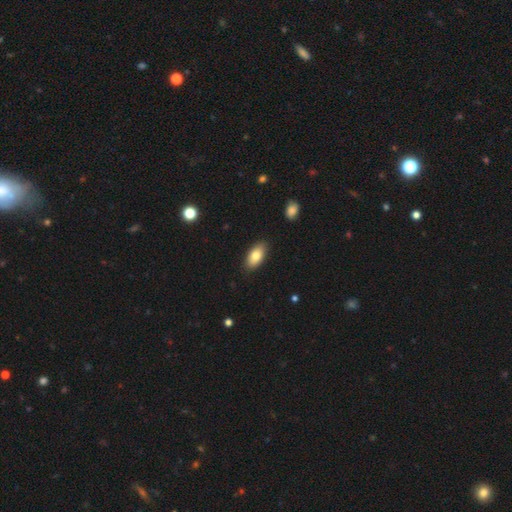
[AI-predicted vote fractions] This appears to be a smooth galaxy with no disk features (79%) that is in between round and cigar-shaped (92%). Merging: none (87%).